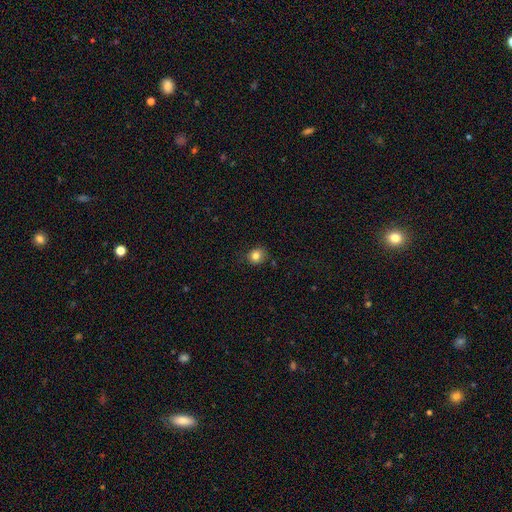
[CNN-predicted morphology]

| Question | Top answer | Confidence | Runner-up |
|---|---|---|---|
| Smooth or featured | smooth | 82% | star or artifact (12%) |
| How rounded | round | 79% | in between (20%) |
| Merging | none | 79% | minor disturbance (16%) |